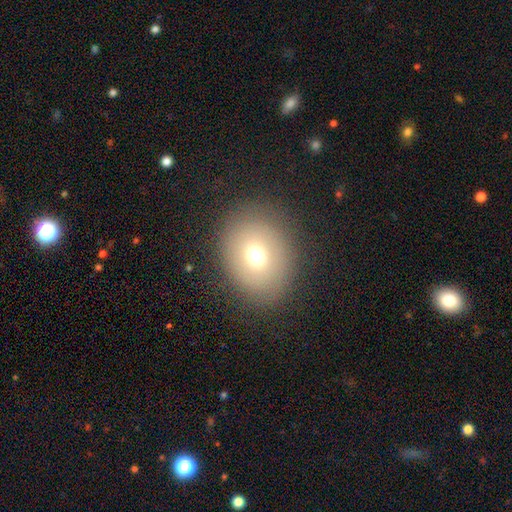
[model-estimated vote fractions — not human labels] This is likely a smooth galaxy (67%). How rounded: possibly round (56%). Merging: clearly none (82%).